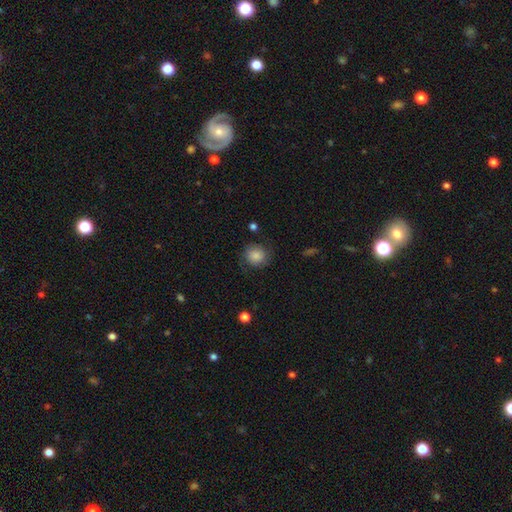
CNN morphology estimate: Smooth or featured? smooth (76%)
How rounded? round (85%)
Merging? none (74%)